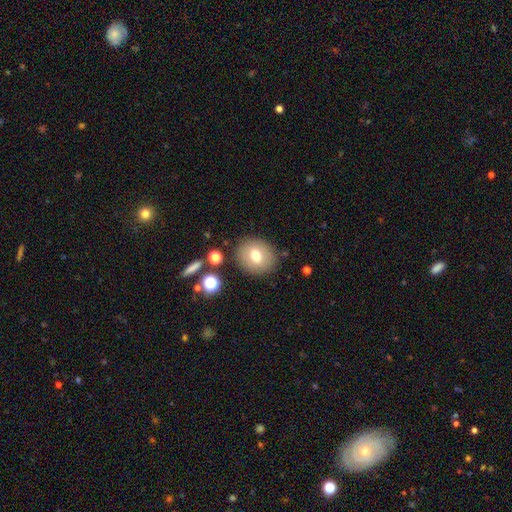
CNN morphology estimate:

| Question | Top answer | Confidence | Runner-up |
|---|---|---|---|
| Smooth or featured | smooth | 71% | featured or disk (19%) |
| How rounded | round | 72% | in between (27%) |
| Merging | none | 84% | minor disturbance (9%) |